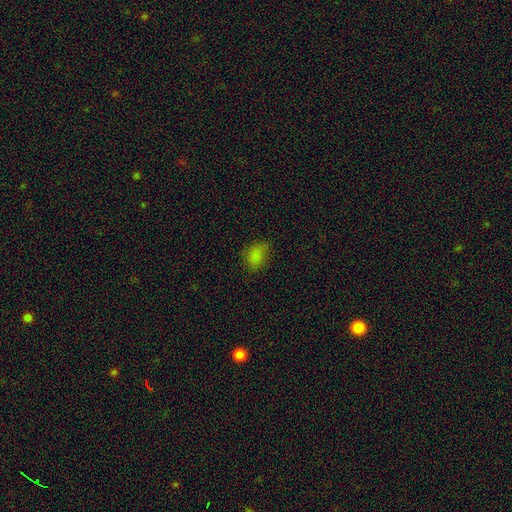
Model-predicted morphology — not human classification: This is likely a smooth galaxy (79%). How rounded: likely in between (76%). Merging: likely none (68%).